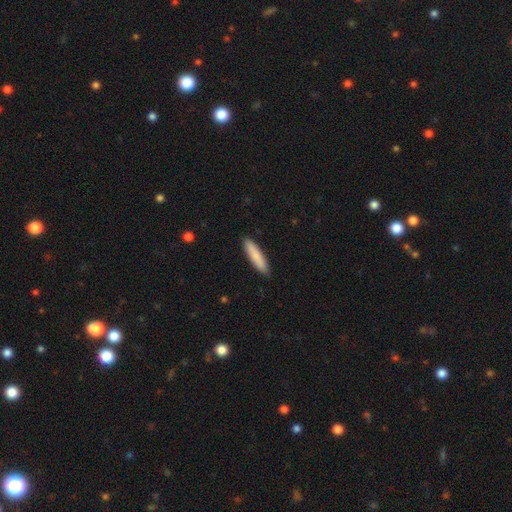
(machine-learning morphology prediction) The model was most divided on "how rounded": cigar-shaped: 82%, in between: 17%, round: 1%. More confident: merging — none (90%); smooth or featured — smooth (84%).